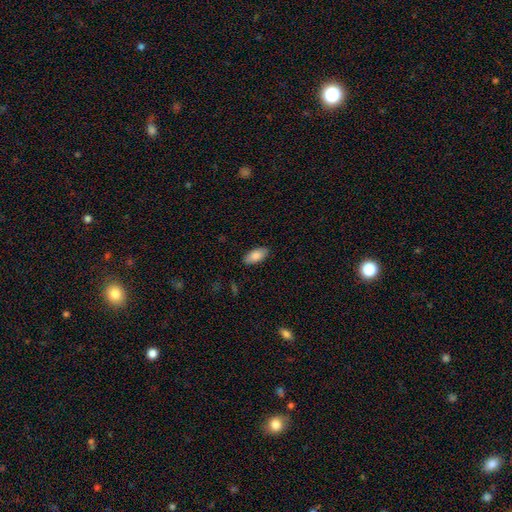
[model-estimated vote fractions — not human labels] smooth-or-featured: smooth: 86% | featured or disk: 8% | star or artifact: 6%
  how-rounded: in between: 92% | cigar-shaped: 6% | round: 2%
  merging: none: 87% | minor disturbance: 10% | major disturbance: 2% | merger: 1%